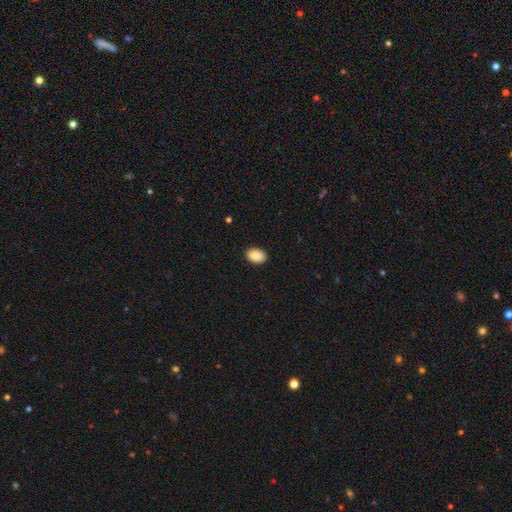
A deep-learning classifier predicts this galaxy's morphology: Smooth or featured? smooth (86%)
How rounded? in between (85%)
Merging? none (91%)